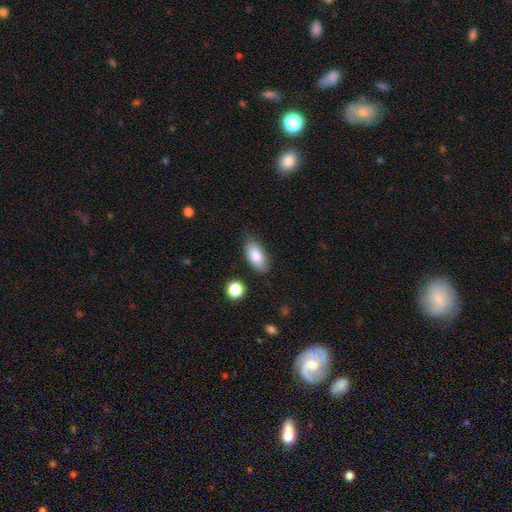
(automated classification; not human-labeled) This appears to be a smooth galaxy with no disk features (85%) that is in between round and cigar-shaped (88%). Merging: none (79%).